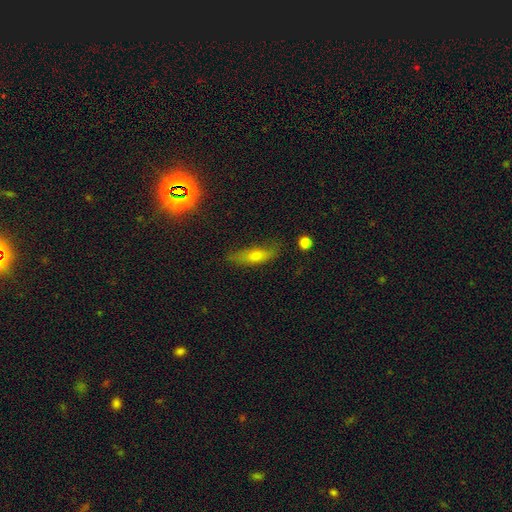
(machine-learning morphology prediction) The model was most divided on "how rounded": in between: 49%, cigar-shaped: 48%, round: 4%. More confident: merging — none (70%); smooth or featured — smooth (62%).